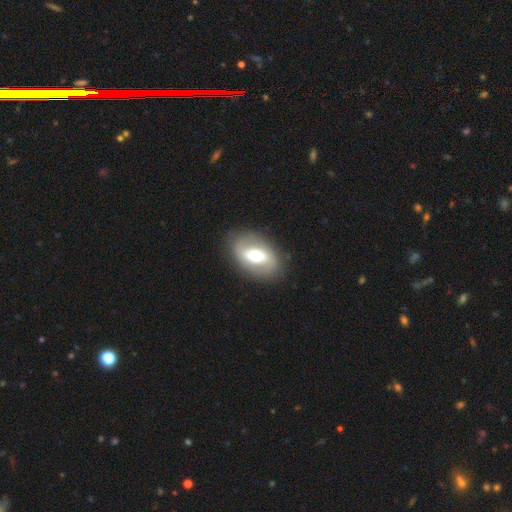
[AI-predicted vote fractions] Overall: featured or disk (57%; smooth 37%). Edge-on disk: no (92%). Bar: strong (38%; weak 35%). Spiral arms: no (52%; yes 48%). Bulge size: moderate (66%). Merging: none (84%).